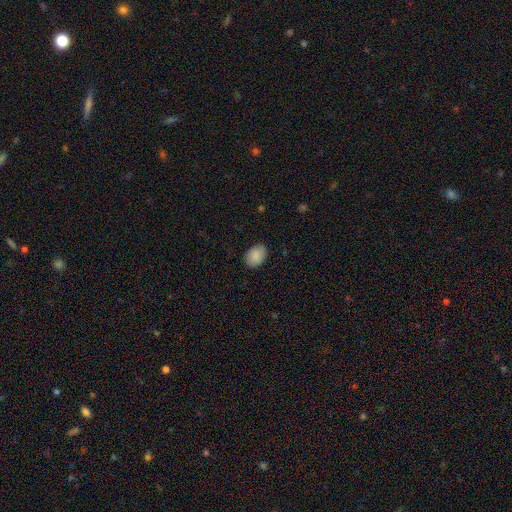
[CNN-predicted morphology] A smooth galaxy with no disk features (89%) that is in between round and cigar-shaped (78%).

Vote fractions:
- Smooth or featured? smooth: 89% / star or artifact: 7% / featured or disk: 4%
- How rounded? in between: 78% / round: 21% / cigar-shaped: 1%
- Merging? none: 86% / minor disturbance: 11% / major disturbance: 2% / merger: 1%